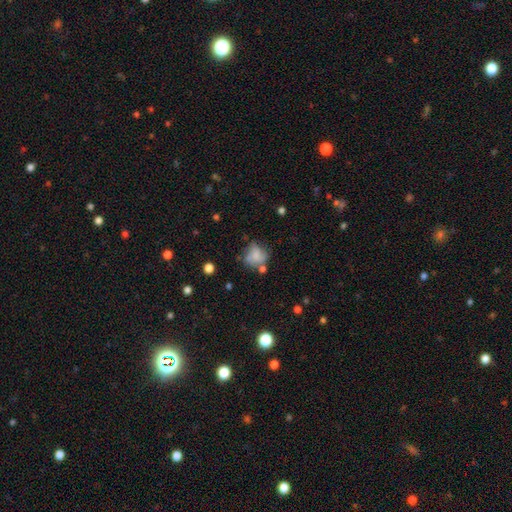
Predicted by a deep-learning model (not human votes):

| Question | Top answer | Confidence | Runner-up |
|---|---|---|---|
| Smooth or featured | smooth | 62% | featured or disk (27%) |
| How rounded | round | 61% | in between (38%) |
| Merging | none | 42% | minor disturbance (26%) |